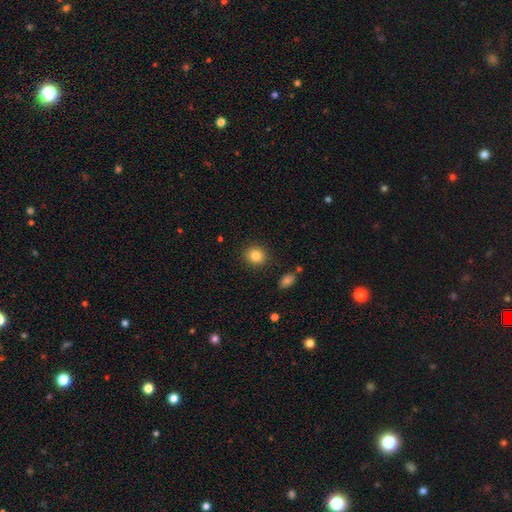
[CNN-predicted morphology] type=smooth (84%); roundness=round (82%); merging=none (89%).